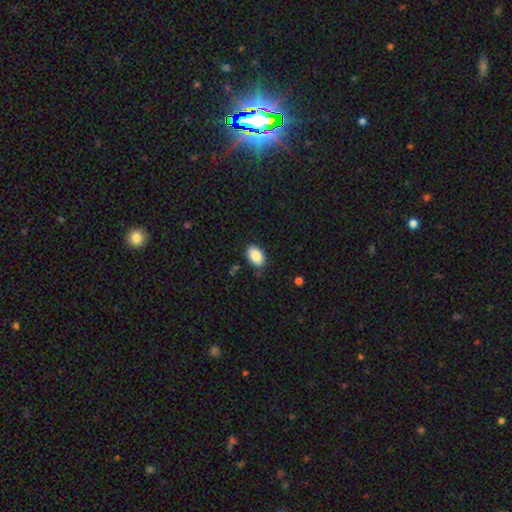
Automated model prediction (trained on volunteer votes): Q: Smooth or featured?
A: smooth (88%); runner-up: star or artifact (7%)
Q: How rounded?
A: in between (91%); runner-up: round (8%)
Q: Merging?
A: none (84%); runner-up: minor disturbance (12%)